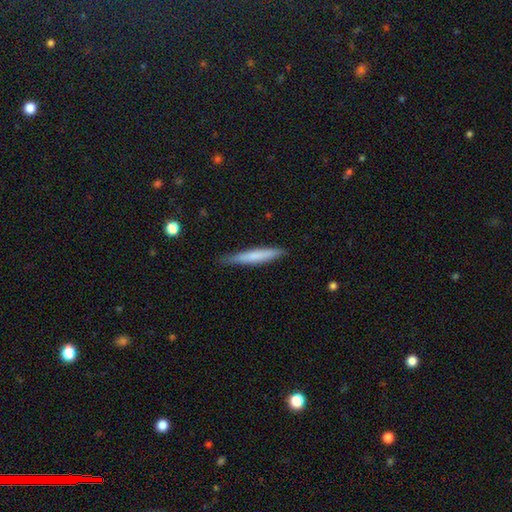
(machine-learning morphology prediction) A smooth galaxy with no disk features (66%) that is cigar-shaped (94%). Merging: none (86%).